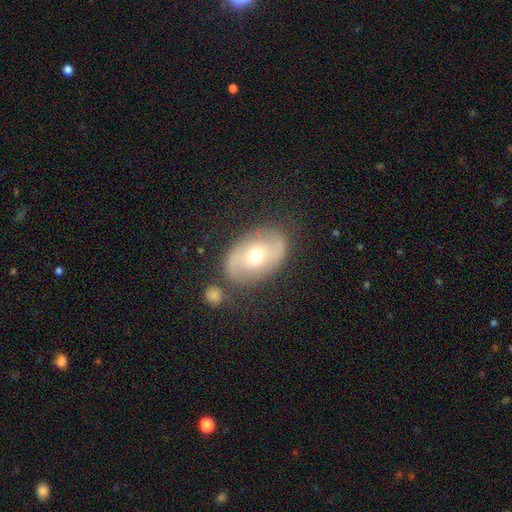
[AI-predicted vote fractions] This is likely a featured or disk galaxy (62%). It is clearly not viewed edge-on (95%). Bar: possibly no (53%). Spiral arm pattern: likely yes (67%). Central bulge: likely moderate (66%). Merging: likely none (75%).